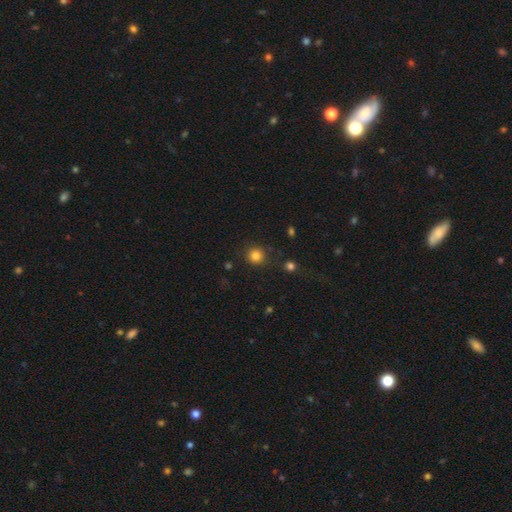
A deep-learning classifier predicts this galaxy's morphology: Smooth or featured: smooth — 83% (star or artifact — 13%)
How rounded: round — 93% (in between — 6%)
Merging: none — 85% (minor disturbance — 9%)